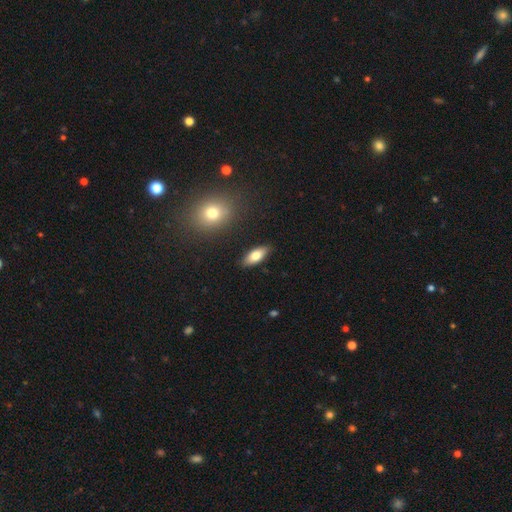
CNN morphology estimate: The model was most divided on "smooth or featured": smooth: 76%, featured or disk: 17%, star or artifact: 7%. More confident: merging — none (88%); how rounded — in between (82%).